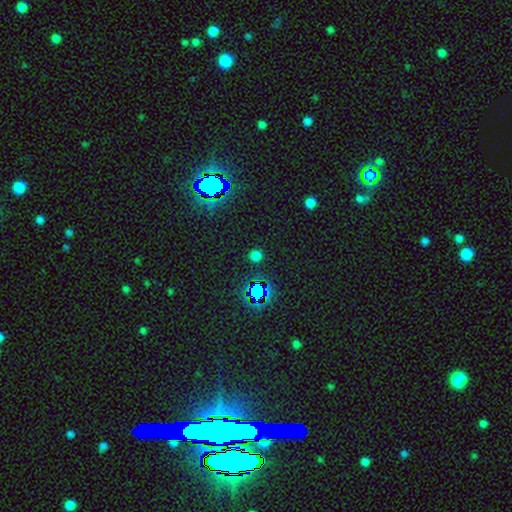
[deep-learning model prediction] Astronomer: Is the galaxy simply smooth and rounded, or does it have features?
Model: smooth — 60% (runner-up: star or artifact, 35%).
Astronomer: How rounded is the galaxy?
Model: round — 92%.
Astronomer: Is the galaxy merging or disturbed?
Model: none — 88%.